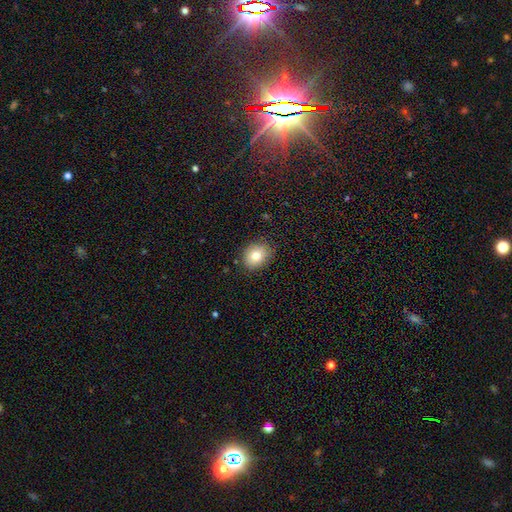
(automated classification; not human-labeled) Smooth or featured? smooth (77%)
How rounded? round (53%)
Merging? none (85%)